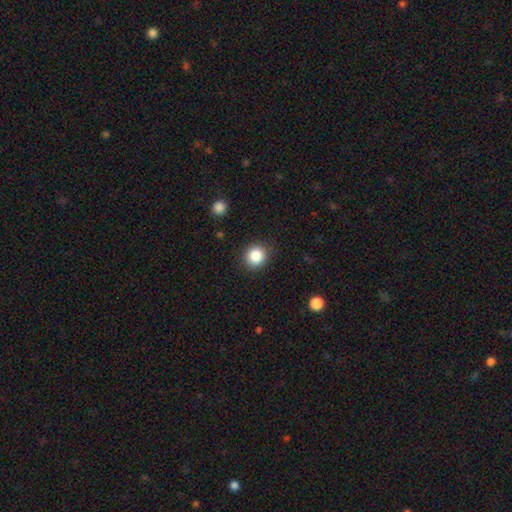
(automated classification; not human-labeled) smooth_or_featured: smooth (p=0.85) [alt: star or artifact p=0.10]
how_rounded: round (p=0.90) [alt: in between p=0.09]
merging: none (p=0.89) [alt: minor disturbance p=0.07]